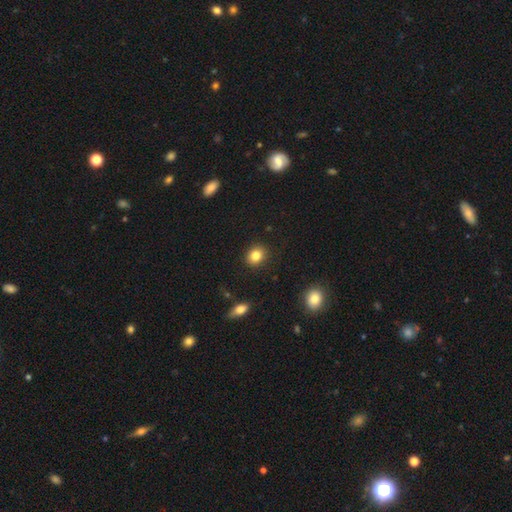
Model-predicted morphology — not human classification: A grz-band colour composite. It shows a smooth galaxy with no disk features (84%) that is round (71%). Merging: none (91%).